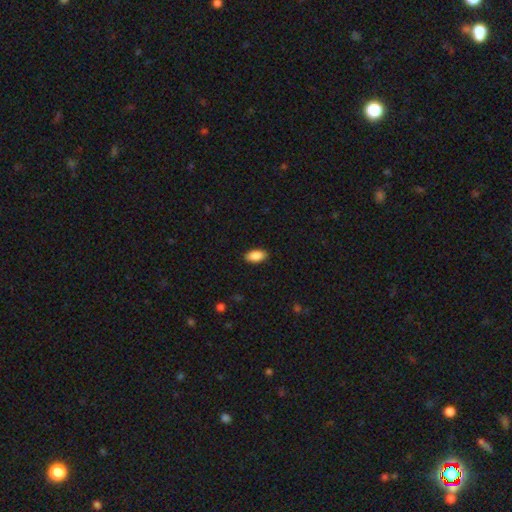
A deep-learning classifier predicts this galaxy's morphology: A smooth galaxy with no disk features (89%) that is in between round and cigar-shaped (93%). Merging: none (89%).